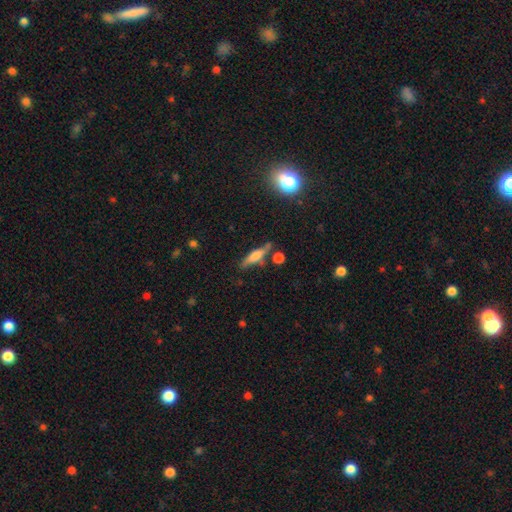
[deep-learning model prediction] Smooth or featured? smooth (49%)
Merging? none (70%)